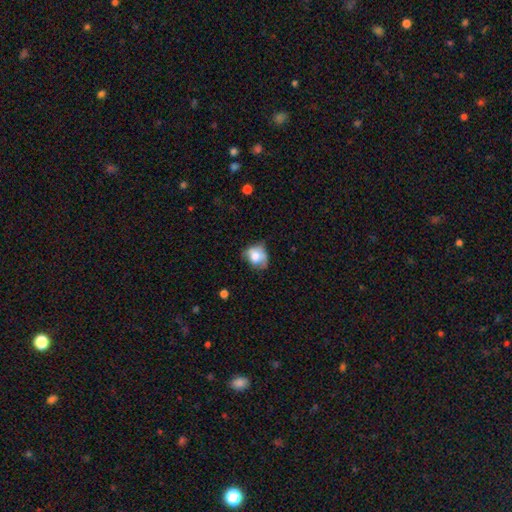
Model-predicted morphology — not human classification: A smooth galaxy with no disk features (69%) that is round (53%). Merging: none (37%).